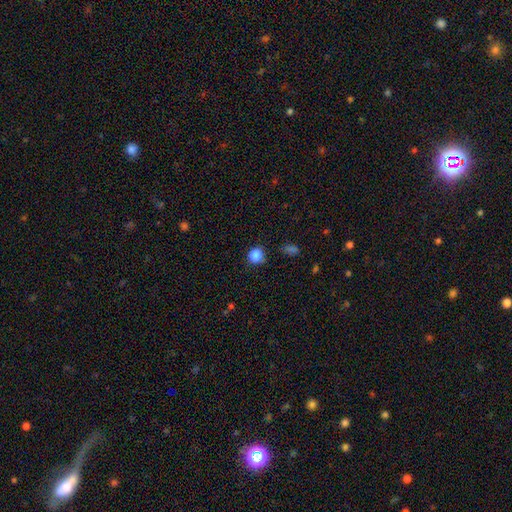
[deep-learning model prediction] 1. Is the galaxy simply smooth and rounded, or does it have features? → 85% smooth, 11% star or artifact, 4% featured or disk.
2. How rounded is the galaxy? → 88% round, 11% in between, 1% cigar-shaped.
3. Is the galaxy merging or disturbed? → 82% none, 13% minor disturbance, 3% major disturbance, 2% merger.